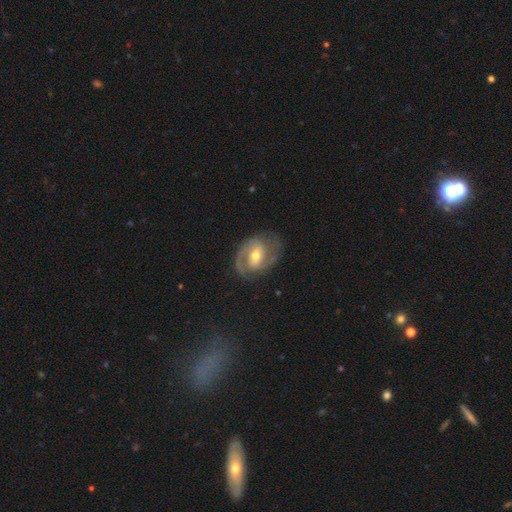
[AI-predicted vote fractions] A featured or disk galaxy (80%) with a weak bar (46%), 2 (77%) medium (47%) spiral arms (90%) and a moderate central bulge (68%). Merging: none (71%).